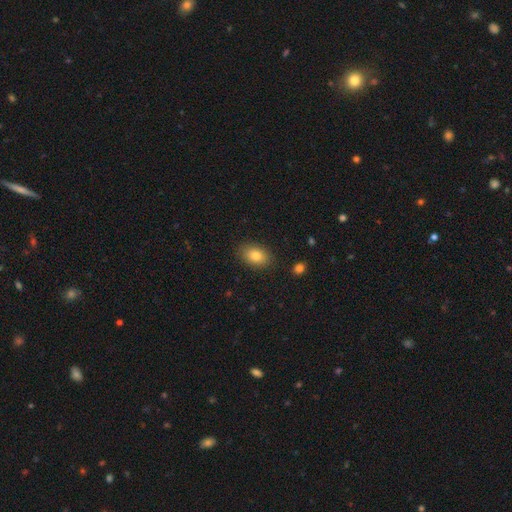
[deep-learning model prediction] smooth-or-featured: smooth: 80% | featured or disk: 11% | star or artifact: 9%
  how-rounded: in between: 84% | round: 14% | cigar-shaped: 1%
  merging: none: 87% | minor disturbance: 9% | major disturbance: 3% | merger: 1%